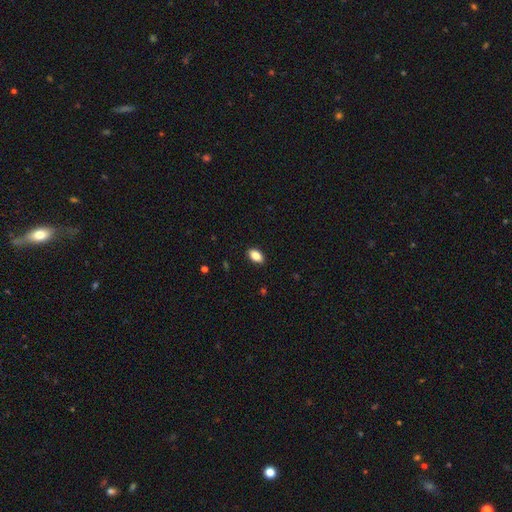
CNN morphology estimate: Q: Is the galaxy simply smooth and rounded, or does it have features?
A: smooth — 84%.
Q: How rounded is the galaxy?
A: in between — 91%.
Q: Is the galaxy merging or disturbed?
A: none — 89%.